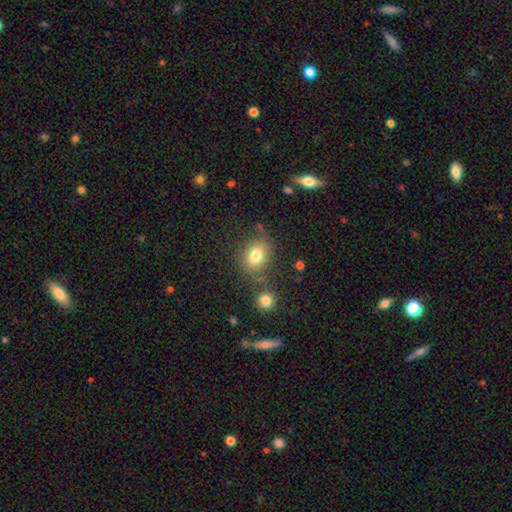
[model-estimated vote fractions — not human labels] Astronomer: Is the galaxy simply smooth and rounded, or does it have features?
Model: smooth — 79%.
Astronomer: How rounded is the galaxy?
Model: in between — 52% (runner-up: round, 47%).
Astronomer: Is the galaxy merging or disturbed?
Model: none — 71%.